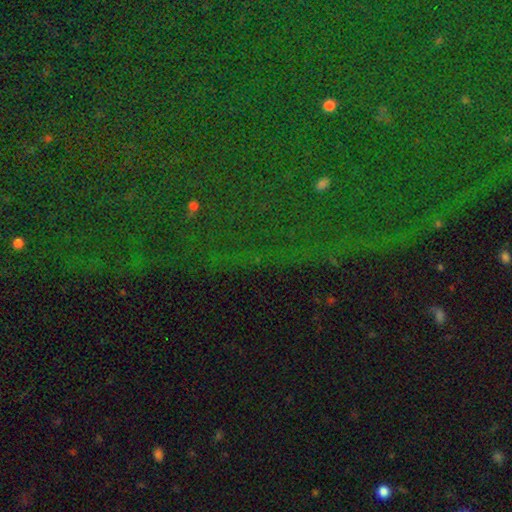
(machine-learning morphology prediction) smooth-or-featured: star or artifact: 82% | smooth: 9% | featured or disk: 9%